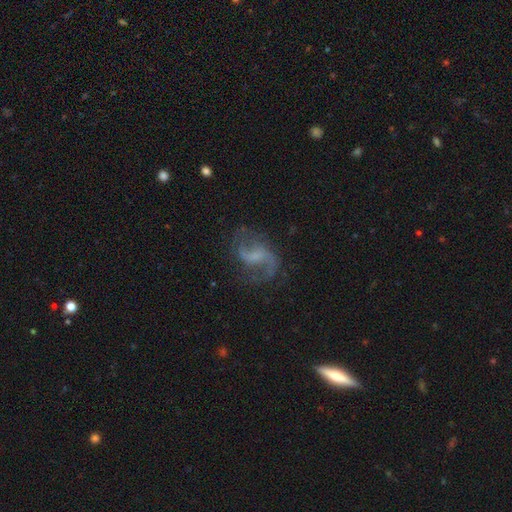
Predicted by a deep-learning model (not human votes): smooth-or-featured: featured or disk: 85% | smooth: 8% | star or artifact: 7%
  disk-edge-on: no: 98% | yes: 2%
    bar: weak: 52% | no: 29% | strong: 19%
    has-spiral-arms: yes: 95% | no: 5%
      spiral-winding: loose: 58% | medium: 36% | tight: 6%
      spiral-arm-count: 2: 90% | 1: 3% | can't tell: 3% | 3: 1% | 4: 1% | more than 4: 1%
    bulge-size: none: 45% | small: 33% | moderate: 17% | large: 4% | dominant: 1%
  merging: none: 71% | minor disturbance: 16% | major disturbance: 11% | merger: 2%